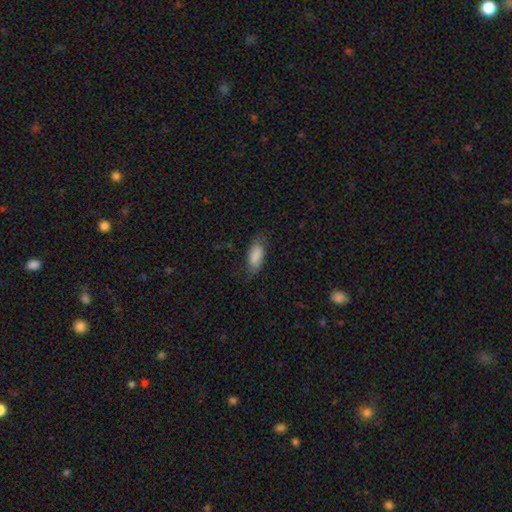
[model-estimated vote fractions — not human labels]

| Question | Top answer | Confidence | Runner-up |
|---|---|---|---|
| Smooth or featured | smooth | 81% | featured or disk (12%) |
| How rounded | in between | 86% | cigar-shaped (12%) |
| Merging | none | 68% | minor disturbance (22%) |